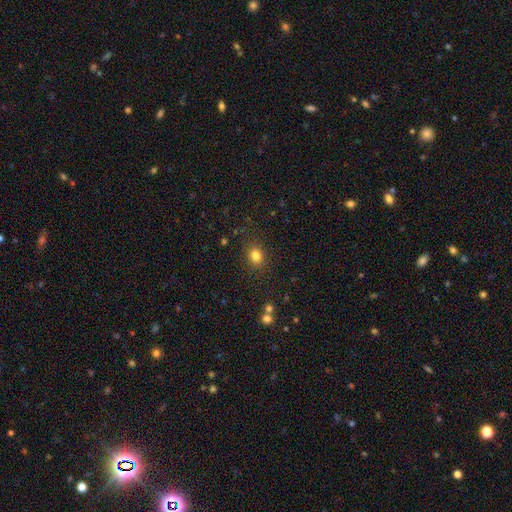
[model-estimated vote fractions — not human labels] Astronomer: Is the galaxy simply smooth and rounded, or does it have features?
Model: smooth — 81%.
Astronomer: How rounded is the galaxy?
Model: round — 58% (runner-up: in between, 41%).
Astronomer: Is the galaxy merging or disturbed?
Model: none — 86%.